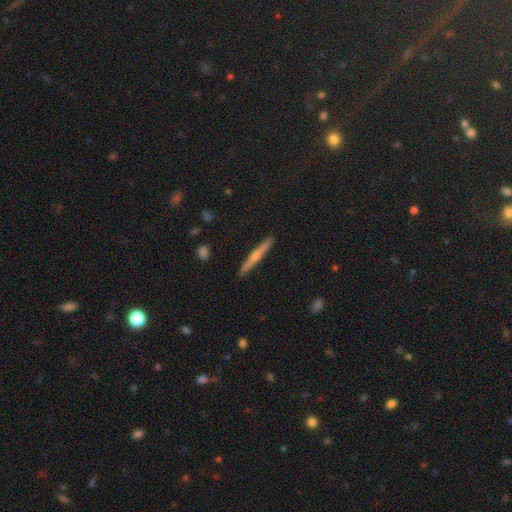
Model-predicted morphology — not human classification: The model was most divided on "smooth or featured": featured or disk: 56%, smooth: 37%, star or artifact: 7%. More confident: edge-on disk — yes (97%); merging — none (91%); edge-on bulge — rounded (74%).